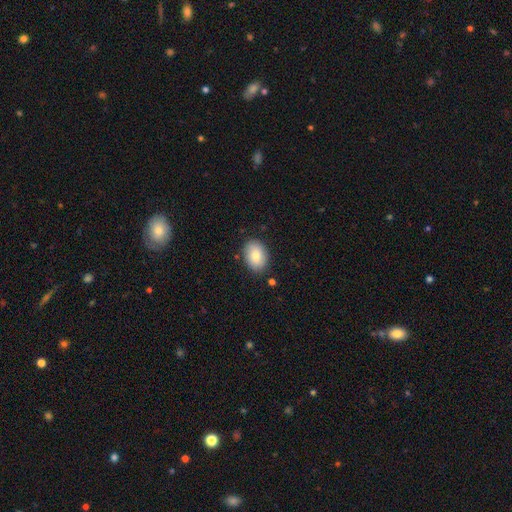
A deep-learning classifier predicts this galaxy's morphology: Q: Smooth or featured?
A: smooth (80%); runner-up: featured or disk (12%)
Q: How rounded?
A: in between (75%); runner-up: round (24%)
Q: Merging?
A: none (85%); runner-up: minor disturbance (11%)